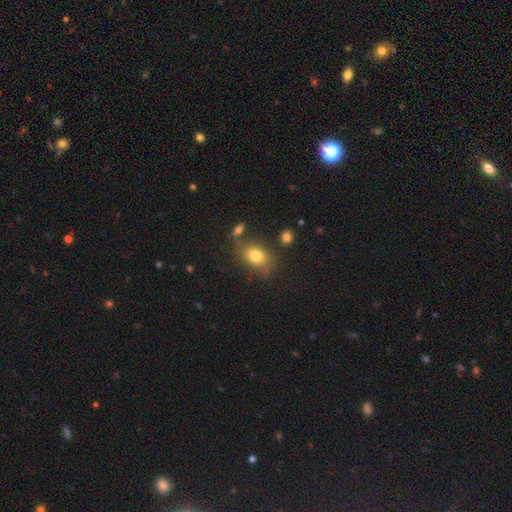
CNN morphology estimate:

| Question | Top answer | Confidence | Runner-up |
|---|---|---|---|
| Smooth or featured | smooth | 76% | featured or disk (13%) |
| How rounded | in between | 69% | round (29%) |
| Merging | none | 68% | minor disturbance (18%) |